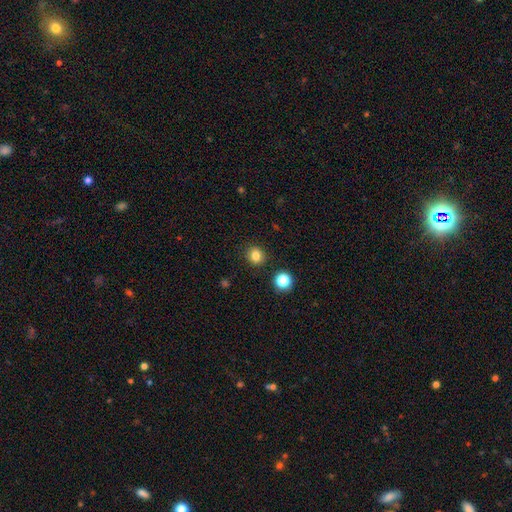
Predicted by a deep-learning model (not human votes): Smooth or featured: smooth — 82% (star or artifact — 13%)
How rounded: round — 87% (in between — 12%)
Merging: none — 90% (minor disturbance — 6%)